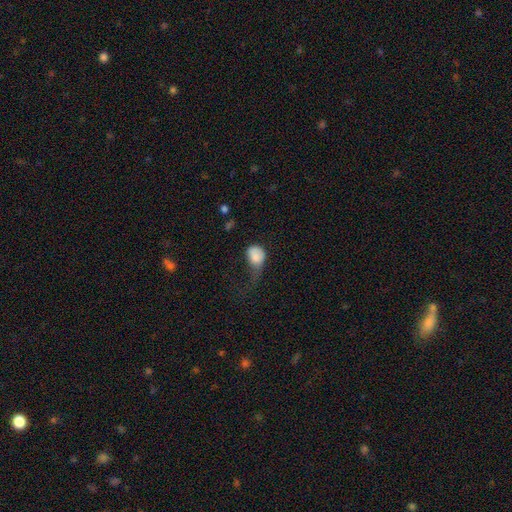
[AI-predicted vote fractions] A smooth galaxy with no disk features (81%) that is in between round and cigar-shaped (62%). Merging: major disturbance (53%).